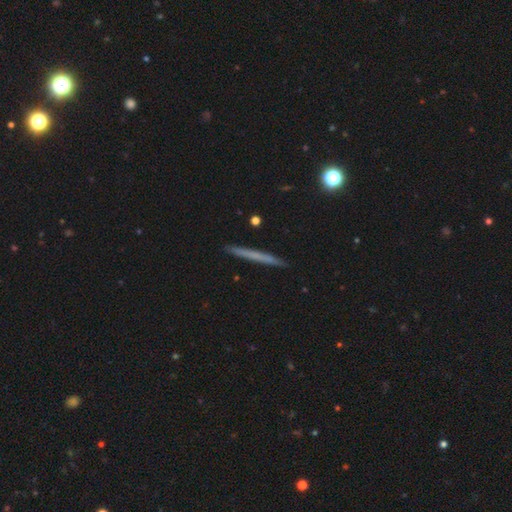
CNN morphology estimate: A smooth galaxy with no disk features (53%) that is cigar-shaped (97%).

Vote fractions:
- Smooth or featured? smooth: 53% / featured or disk: 40% / star or artifact: 7%
- How rounded? cigar-shaped: 97% / in between: 2% / round: 2%
- Merging? none: 91% / minor disturbance: 6% / major disturbance: 1% / merger: 1%